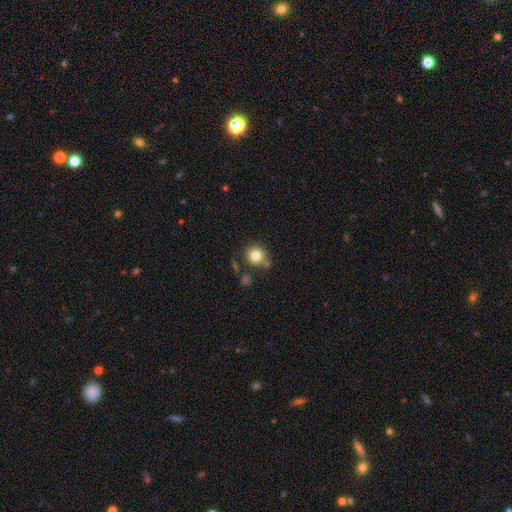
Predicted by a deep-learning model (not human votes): Morphology: type=smooth (81%); roundness=round (88%); merging=none (68%).